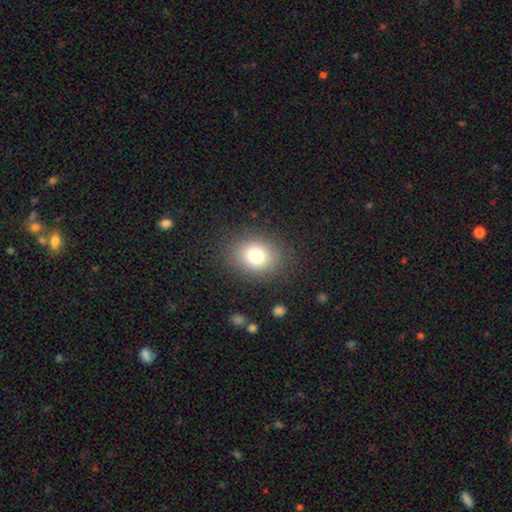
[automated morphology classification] Overall: smooth (76%). How rounded: round (57%; in between 42%). Merging: none (86%).